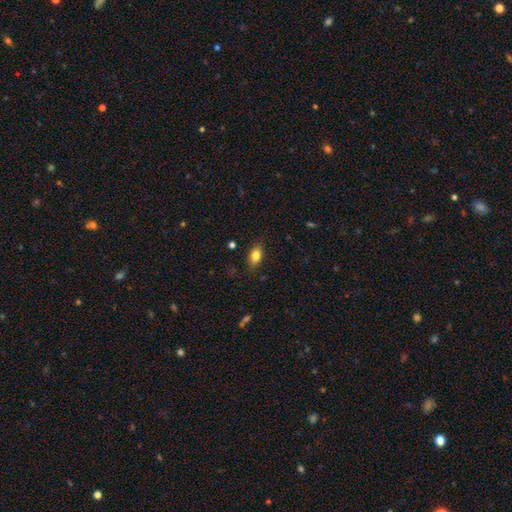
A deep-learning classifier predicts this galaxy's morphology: This is clearly a smooth galaxy (82%). How rounded: clearly in between (84%). Merging: clearly none (83%).